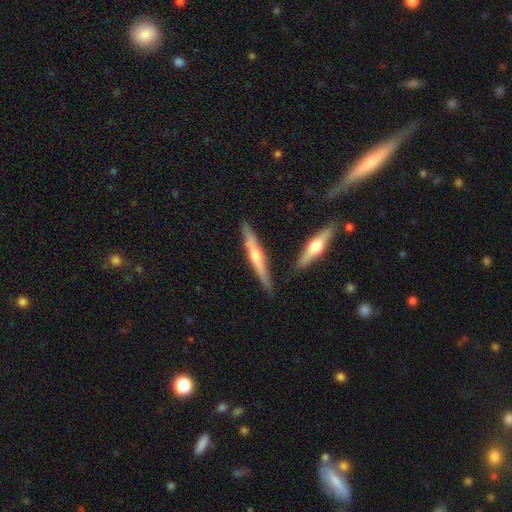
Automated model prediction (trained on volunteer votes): Smooth or featured? Predicted: featured or disk (p=0.62). Edge-on disk? Predicted: yes (p=0.96). Edge-on bulge? Predicted: rounded (p=0.81). Merging? Predicted: none (p=0.84).